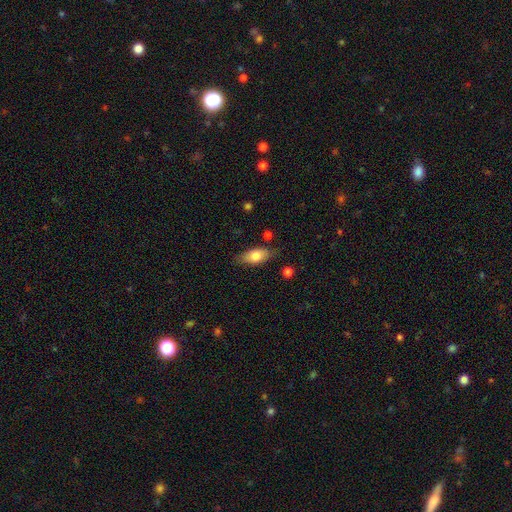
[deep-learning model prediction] Morphology: type=smooth (76%); roundness=in between (86%); merging=none (76%).